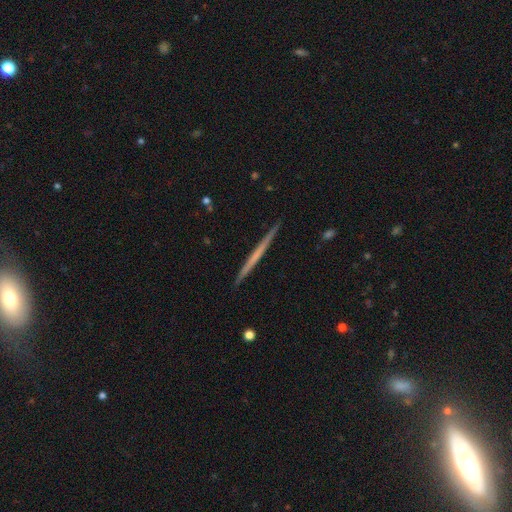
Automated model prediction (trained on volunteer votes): A featured or disk galaxy (55%) viewed edge-on (98%) with no central bulge (92%).

Vote fractions:
- Smooth or featured? featured or disk: 55% / smooth: 40% / star or artifact: 5%
- Edge-on disk? yes: 98% / no: 2%
- Edge-on bulge? none: 92% / rounded: 5% / boxy: 3%
- Merging? none: 92% / minor disturbance: 6% / major disturbance: 1% / merger: 1%